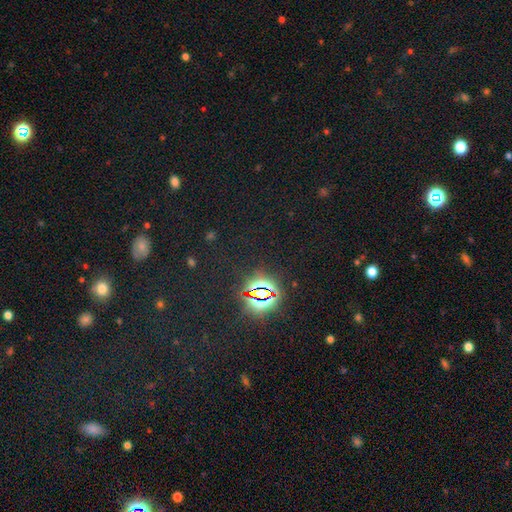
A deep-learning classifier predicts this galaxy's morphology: smooth-or-featured: star or artifact: 80% | smooth: 13% | featured or disk: 7%